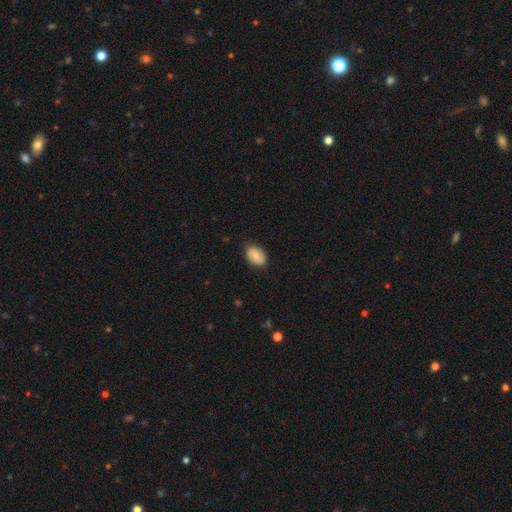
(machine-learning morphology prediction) Q: Smooth or featured?
A: smooth (80%); runner-up: featured or disk (13%)
Q: How rounded?
A: in between (83%); runner-up: round (16%)
Q: Merging?
A: none (82%); runner-up: minor disturbance (14%)